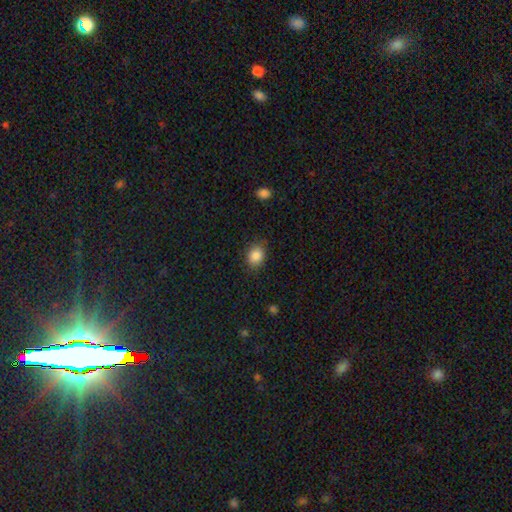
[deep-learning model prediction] This is clearly a smooth galaxy (87%). How rounded: possibly in between (50%). Merging: clearly none (82%).